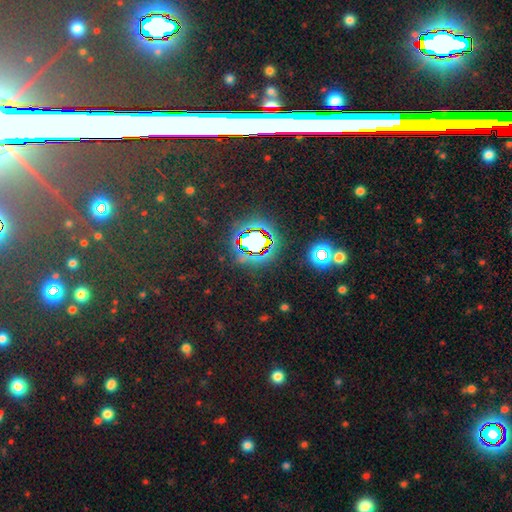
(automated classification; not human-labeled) This appears to be a star or artifact, not a galaxy (76%).